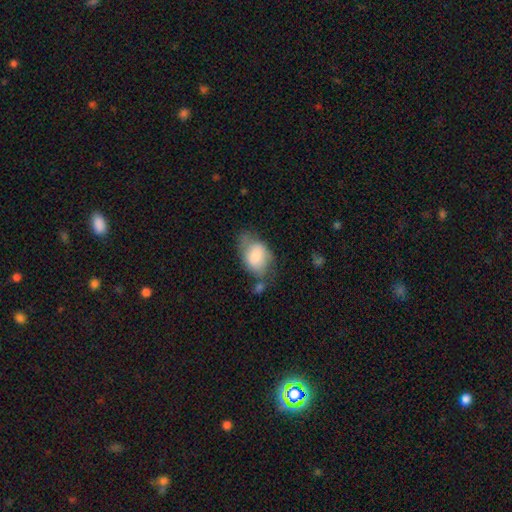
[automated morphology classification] Overall: smooth (73%). How rounded: in between (83%). Merging: none (40%; minor disturbance 33%).